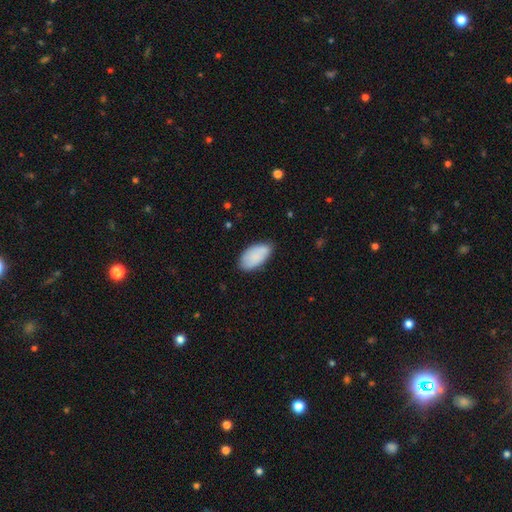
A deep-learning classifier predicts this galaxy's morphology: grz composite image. It shows a smooth galaxy with no disk features (83%) that is in between round and cigar-shaped (95%). Merging: none (75%).